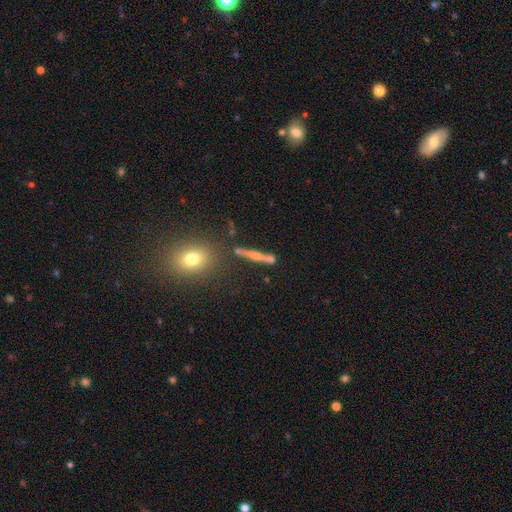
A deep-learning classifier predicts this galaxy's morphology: Overall: featured or disk (53%; smooth 36%). Edge-on disk: yes (92%). Merging: none (73%).